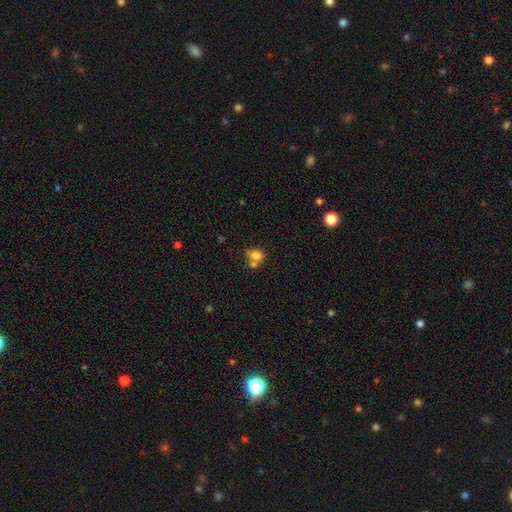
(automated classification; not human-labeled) A smooth galaxy with no disk features (76%) that is in between round and cigar-shaped (66%).

Vote fractions:
- Smooth or featured? smooth: 76% / featured or disk: 13% / star or artifact: 11%
- How rounded? in between: 66% / round: 32% / cigar-shaped: 2%
- Merging? merger: 50% / none: 34% / minor disturbance: 11% / major disturbance: 6%